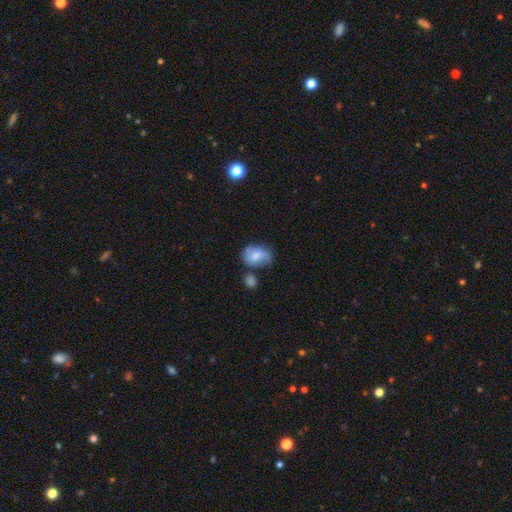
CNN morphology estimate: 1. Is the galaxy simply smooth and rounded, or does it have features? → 57% smooth, 34% featured or disk, 8% star or artifact.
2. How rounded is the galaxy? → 71% in between, 28% round, 1% cigar-shaped.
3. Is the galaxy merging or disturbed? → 45% none, 29% minor disturbance, 14% merger, 12% major disturbance.